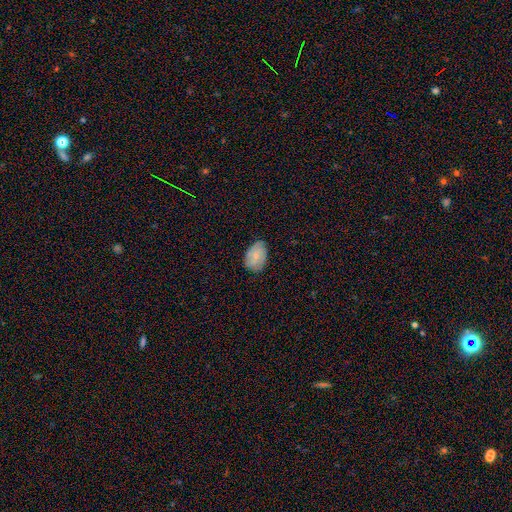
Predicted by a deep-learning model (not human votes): smooth 66%, featured or disk 26%, star or artifact 8%. Down the decision tree: how rounded — in between (85%); merging — none (75%).